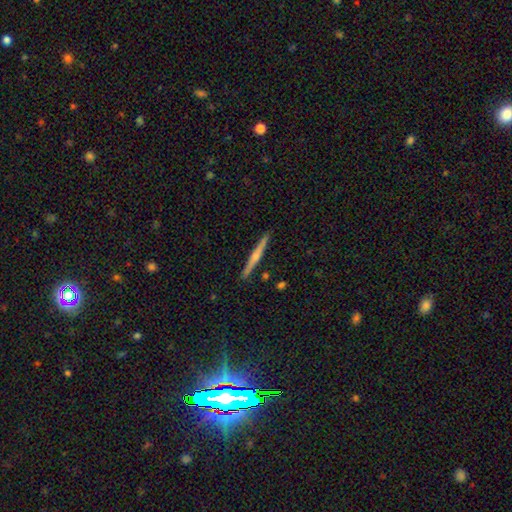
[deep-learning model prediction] Morphology: type=featured or disk (58%); edge-on=yes (98%); edge-on bulge=rounded (63%); merging=none (92%).